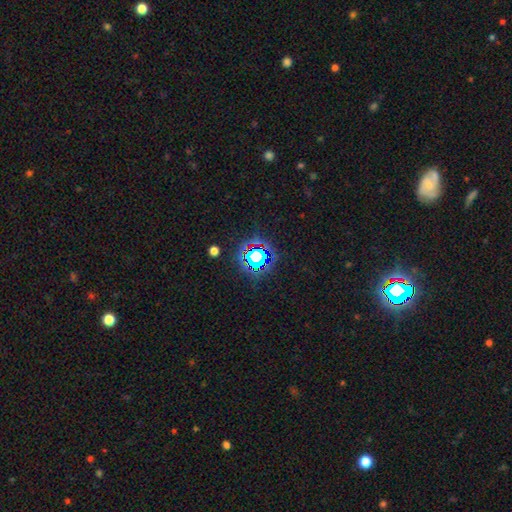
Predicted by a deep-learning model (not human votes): A star or artifact, not a galaxy (70%).